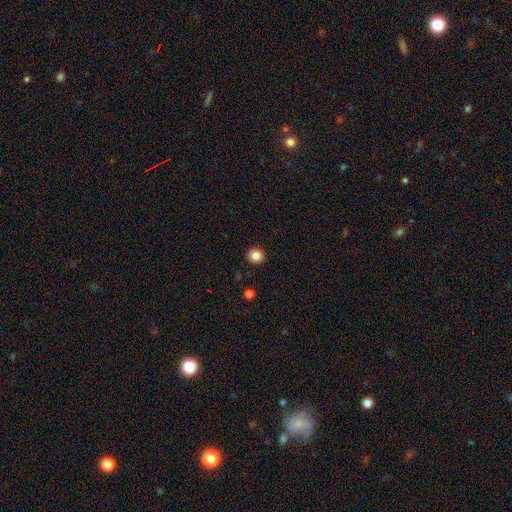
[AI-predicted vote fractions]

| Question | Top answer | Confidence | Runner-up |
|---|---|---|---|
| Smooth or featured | smooth | 85% | star or artifact (11%) |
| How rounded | round | 93% | in between (6%) |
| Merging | none | 93% | minor disturbance (4%) |